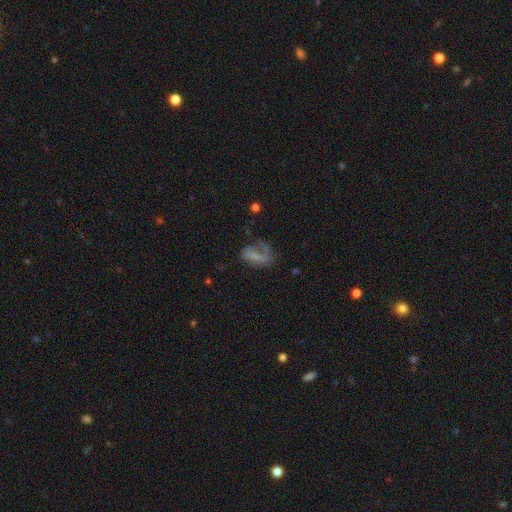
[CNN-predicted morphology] The model was most divided on "smooth or featured": featured or disk: 45%, smooth: 41%, star or artifact: 13%. Remaining: merging — major disturbance (40%).